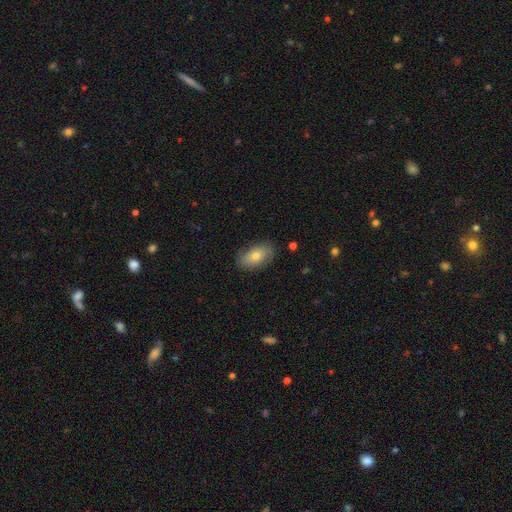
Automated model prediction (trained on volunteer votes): smooth-or-featured: smooth: 65% | featured or disk: 27% | star or artifact: 8%
  how-rounded: in between: 91% | round: 6% | cigar-shaped: 3%
  merging: none: 80% | minor disturbance: 15% | major disturbance: 4% | merger: 1%